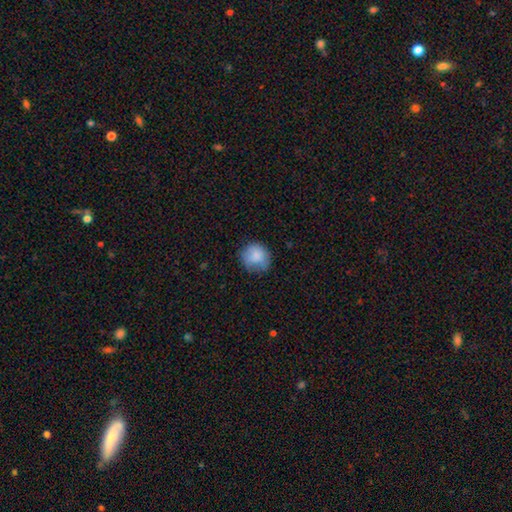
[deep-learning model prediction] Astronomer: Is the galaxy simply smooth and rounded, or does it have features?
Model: smooth — 83%.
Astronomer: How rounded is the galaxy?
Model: round — 84%.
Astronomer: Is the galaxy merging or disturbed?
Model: none — 68%.